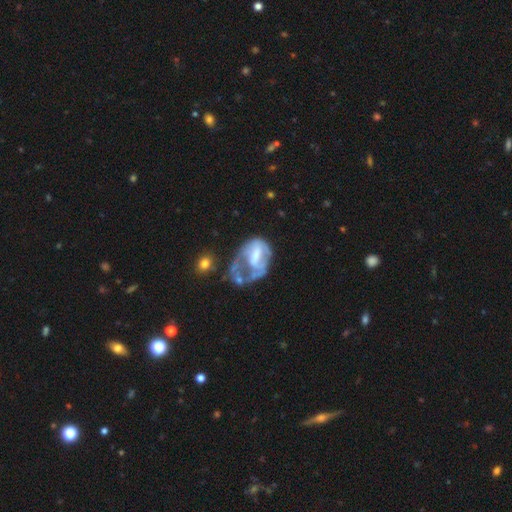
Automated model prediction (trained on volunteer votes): Smooth or featured?
  - featured or disk: 61% *
  - smooth: 30%
  - star or artifact: 8%
Edge-on disk?
  - no: 97% *
  - yes: 3%
Bar?
  - no: 43% *
  - weak: 37%
  - strong: 20%
Spiral arms?
  - no: 58% *
  - yes: 42%
Bulge size?
  - none: 34% *
  - moderate: 30%
  - small: 21%
  - large: 13%
  - dominant: 2%
Merging?
  - major disturbance: 47% *
  - minor disturbance: 21%
  - none: 18%
  - merger: 15%